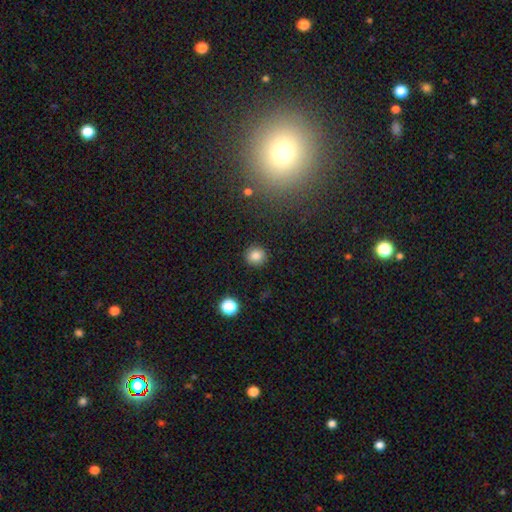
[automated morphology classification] Smooth or featured? smooth (84%)
How rounded? round (91%)
Merging? none (90%)